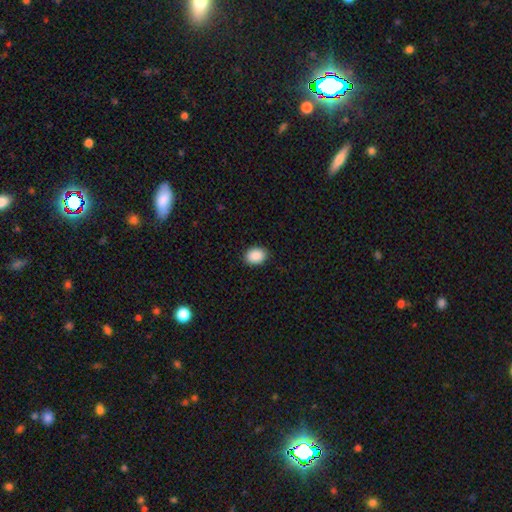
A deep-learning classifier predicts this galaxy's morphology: type=smooth (90%); roundness=in between (65%); merging=none (89%).